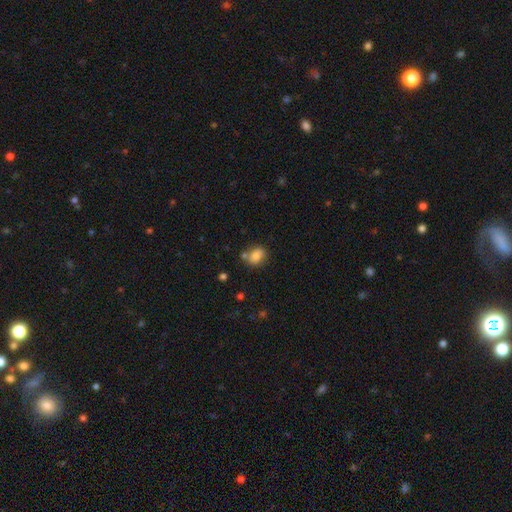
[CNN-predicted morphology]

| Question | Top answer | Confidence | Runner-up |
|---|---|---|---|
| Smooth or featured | smooth | 82% | star or artifact (10%) |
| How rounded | in between | 55% | round (44%) |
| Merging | none | 65% | minor disturbance (16%) |